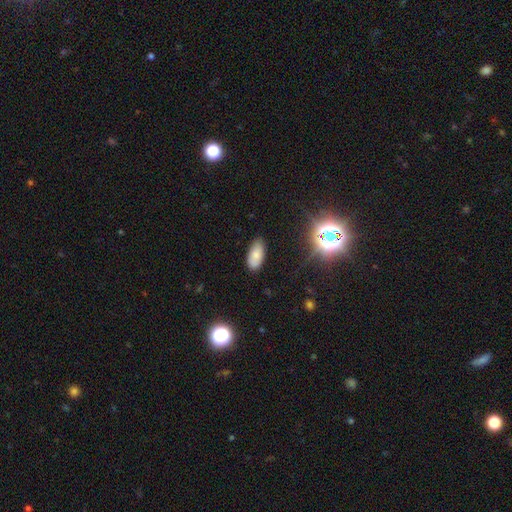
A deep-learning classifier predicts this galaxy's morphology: Smooth or featured?
  - smooth: 75% *
  - star or artifact: 13%
  - featured or disk: 12%
How rounded?
  - in between: 93% *
  - cigar-shaped: 5%
  - round: 3%
Merging?
  - none: 78% *
  - minor disturbance: 17%
  - major disturbance: 3%
  - merger: 2%